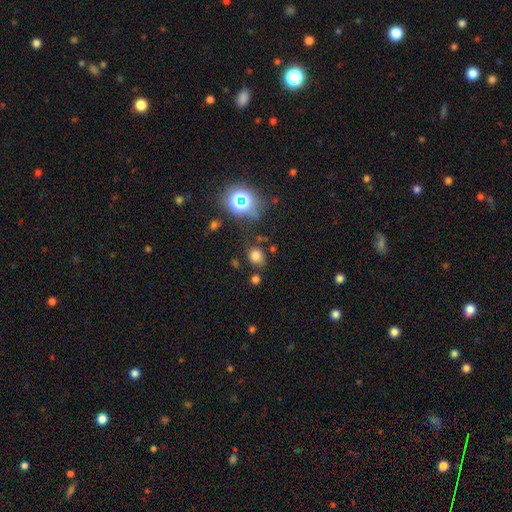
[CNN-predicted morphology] smooth 72%, star or artifact 21%, featured or disk 7%. Down the decision tree: how rounded — round (62%); merging — none (73%).